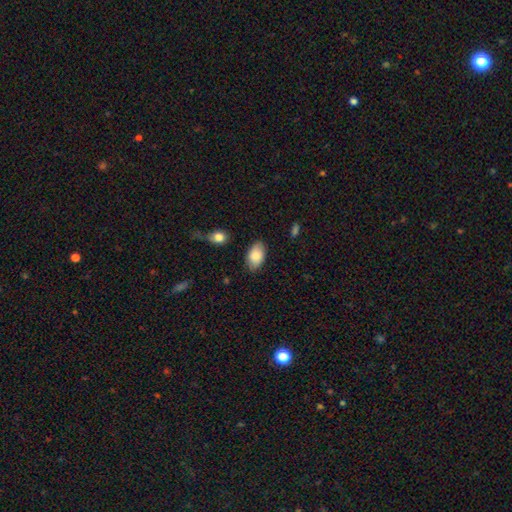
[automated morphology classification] smooth 85%, featured or disk 8%, star or artifact 6%. Down the decision tree: how rounded — in between (93%); merging — none (82%).